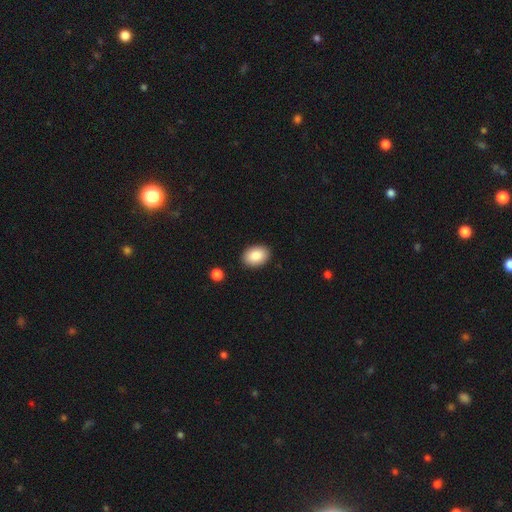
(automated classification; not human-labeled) Q: Smooth or featured?
A: smooth (87%); runner-up: star or artifact (7%)
Q: How rounded?
A: in between (81%); runner-up: round (18%)
Q: Merging?
A: none (89%); runner-up: minor disturbance (7%)